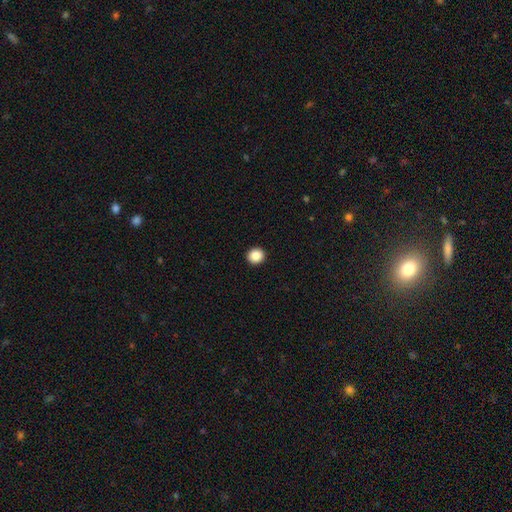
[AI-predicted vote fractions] The model was most divided on "smooth or featured": smooth: 87%, star or artifact: 9%, featured or disk: 4%. More confident: merging — none (94%); how rounded — round (90%).